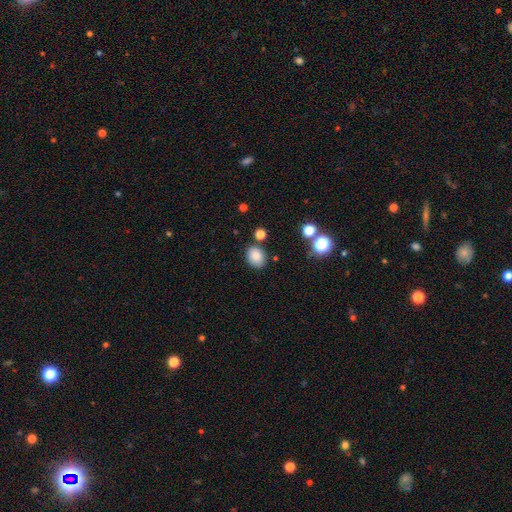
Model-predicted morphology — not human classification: smooth 84%, star or artifact 10%, featured or disk 6%. Down the decision tree: how rounded — in between (58%); merging — none (80%).